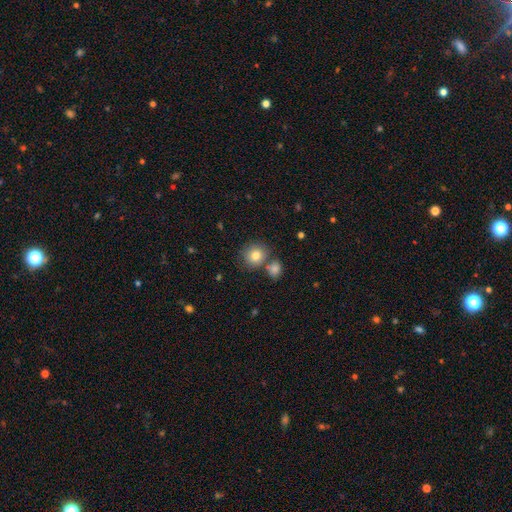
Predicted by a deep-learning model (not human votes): Smooth or featured?
  - smooth: 81% *
  - featured or disk: 10%
  - star or artifact: 9%
How rounded?
  - round: 83% *
  - in between: 17%
  - cigar-shaped: 1%
Merging?
  - none: 63% *
  - merger: 21%
  - minor disturbance: 12%
  - major disturbance: 4%